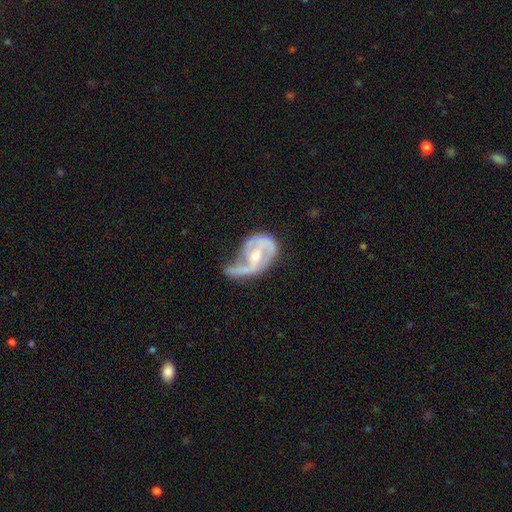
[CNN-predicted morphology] type=featured or disk (81%); edge-on=no (97%); bar=no (44%); spiral arms=yes (86%); winding=loose (44%); arm count=2 (49%); bulge=moderate (54%); merging=major disturbance (46%).